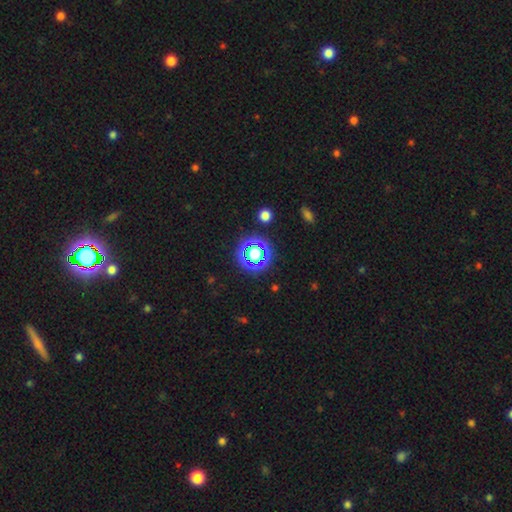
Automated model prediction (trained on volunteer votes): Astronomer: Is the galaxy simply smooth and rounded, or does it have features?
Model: star or artifact — 56% (runner-up: smooth, 32%).